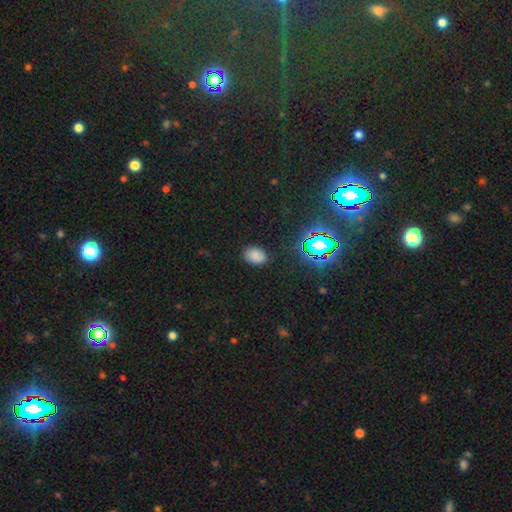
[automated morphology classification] This appears to be a smooth galaxy with no disk features (77%) that is in between round and cigar-shaped (79%). Merging: none (84%).